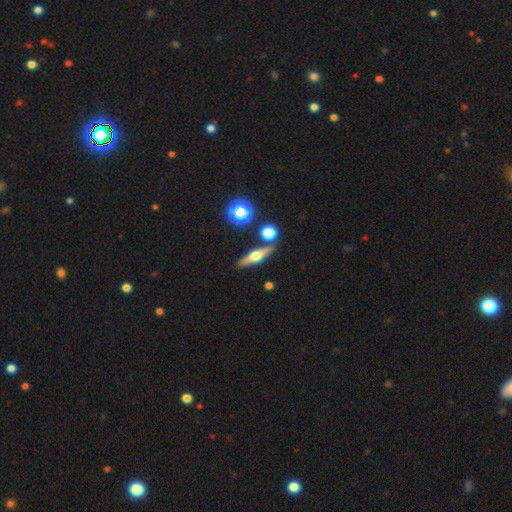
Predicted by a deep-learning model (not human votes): Smooth or featured? featured or disk (64%)
Edge-on disk? yes (94%)
Edge-on bulge? rounded (95%)
Merging? none (81%)